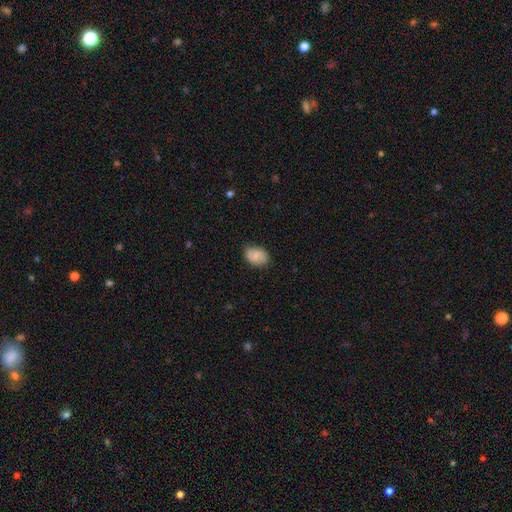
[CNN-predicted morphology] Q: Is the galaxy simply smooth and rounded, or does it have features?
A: smooth — 73%.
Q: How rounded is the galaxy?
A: in between — 76%.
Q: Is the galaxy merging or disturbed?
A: none — 79%.